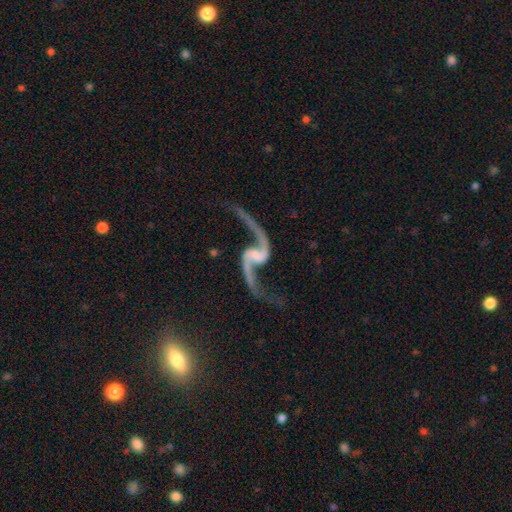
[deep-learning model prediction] Smooth or featured?
  - featured or disk: 93% *
  - star or artifact: 4%
  - smooth: 3%
Edge-on disk?
  - no: 97% *
  - yes: 3%
Bar?
  - no: 41% *
  - weak: 40%
  - strong: 19%
Spiral arms?
  - yes: 98% *
  - no: 2%
Spiral winding?
  - loose: 93% *
  - medium: 5%
  - tight: 2%
Spiral arm count?
  - 2: 95% *
  - 1: 1%
  - can't tell: 1%
  - 3: 1%
  - 4: 1%
  - more than 4: 1%
Bulge size?
  - none: 45% *
  - small: 27%
  - moderate: 18%
  - large: 7%
  - dominant: 2%
Merging?
  - none: 67% *
  - minor disturbance: 14%
  - major disturbance: 13%
  - merger: 5%